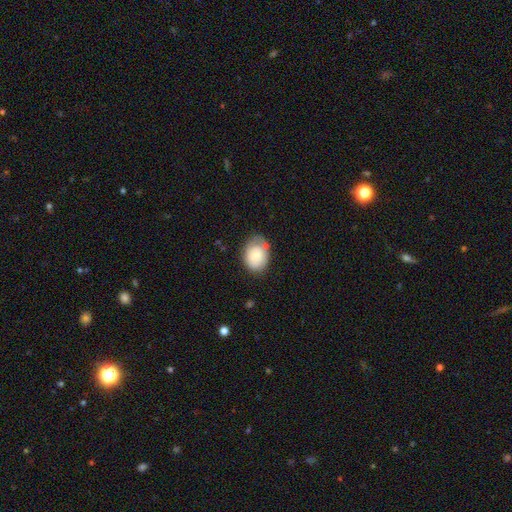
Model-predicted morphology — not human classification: This appears to be a smooth galaxy with no disk features (76%) that is in between round and cigar-shaped (65%). Merging: none (61%).